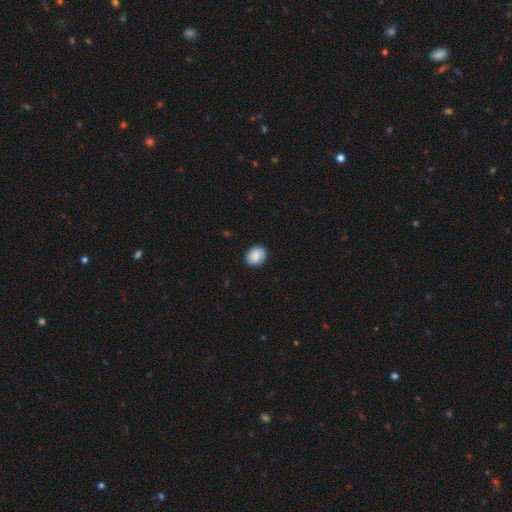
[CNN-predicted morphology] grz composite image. It shows a smooth galaxy with no disk features (85%) that is round (59%). Merging: none (87%).